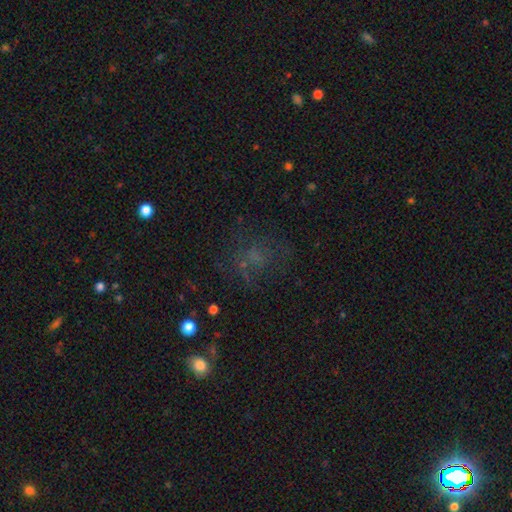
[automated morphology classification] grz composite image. It shows a smooth galaxy with no disk features (40%). Merging: none (55%).